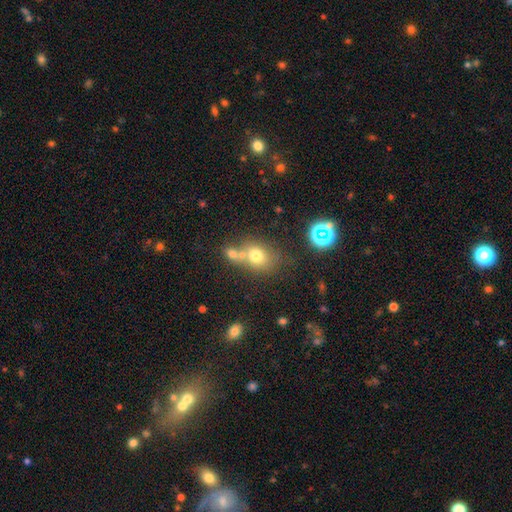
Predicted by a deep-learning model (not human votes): smooth 70%, star or artifact 16%, featured or disk 14%. Down the decision tree: how rounded — round (57%); merging — none (43%).